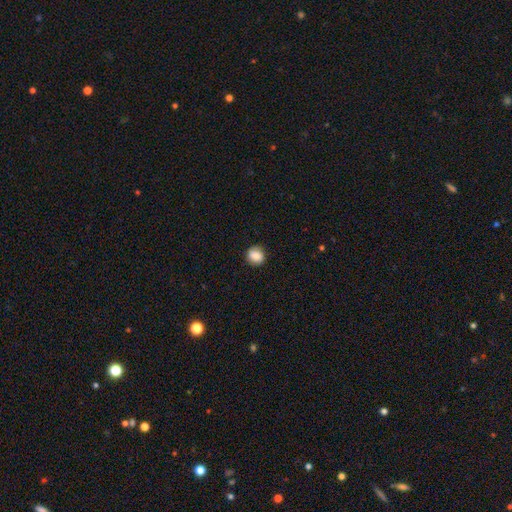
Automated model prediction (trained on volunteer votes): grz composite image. It shows a smooth galaxy with no disk features (83%) that is round (81%). Merging: none (85%).